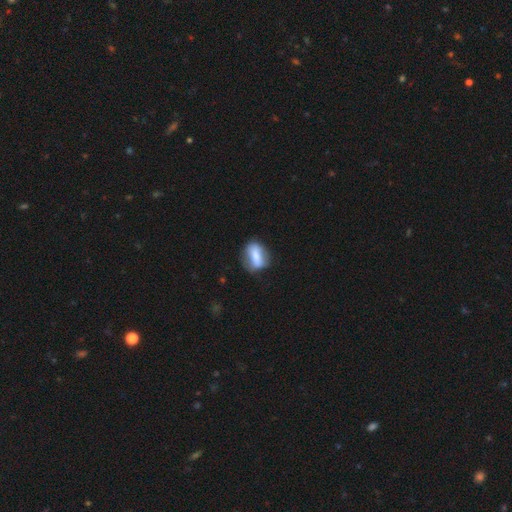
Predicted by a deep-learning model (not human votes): This appears to be a smooth galaxy with no disk features (59%) that is in between round and cigar-shaped (70%). Merging: none (68%).